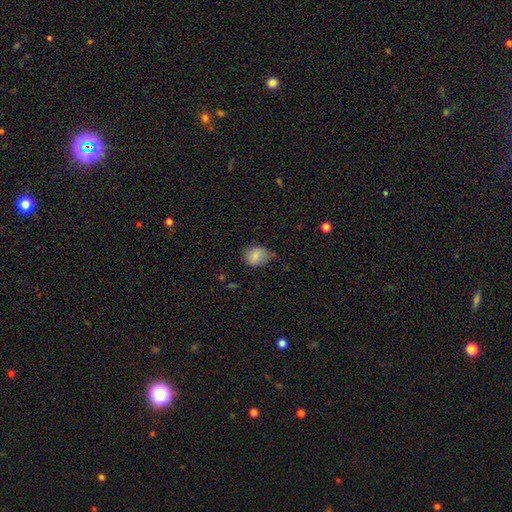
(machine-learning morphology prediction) smooth 81%, featured or disk 10%, star or artifact 9%. Down the decision tree: how rounded — round (53%); merging — none (54%).